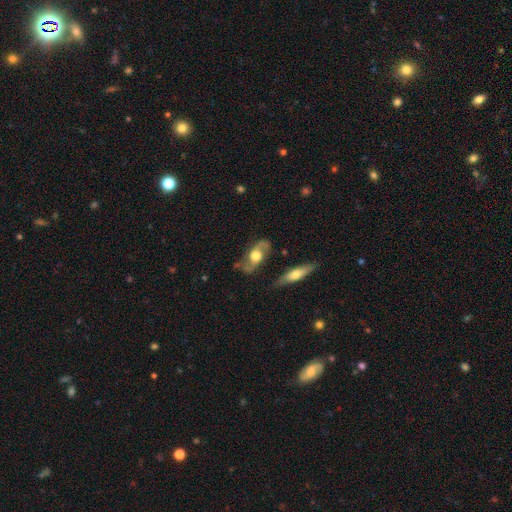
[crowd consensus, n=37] A featured or disk galaxy (81%) with no bar (75%), 2 (95%) loose (68%) spiral arms (92%) and a large central bulge (79%). Merging: none (75%).